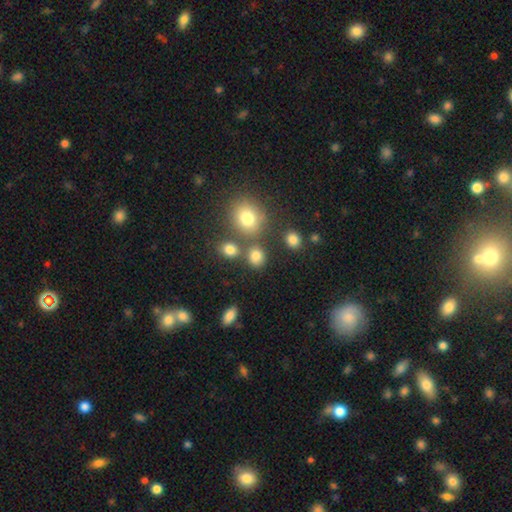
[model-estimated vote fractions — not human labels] Smooth or featured?
  - smooth: 78% *
  - star or artifact: 14%
  - featured or disk: 7%
How rounded?
  - round: 71% *
  - in between: 28%
  - cigar-shaped: 1%
Merging?
  - none: 67% *
  - merger: 17%
  - minor disturbance: 11%
  - major disturbance: 5%